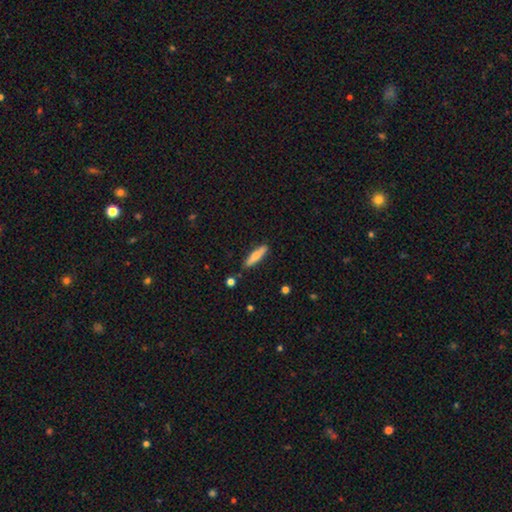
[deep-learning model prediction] Smooth or featured?
  - smooth: 64% *
  - featured or disk: 30%
  - star or artifact: 6%
How rounded?
  - cigar-shaped: 79% *
  - in between: 20%
  - round: 2%
Merging?
  - none: 84% *
  - minor disturbance: 11%
  - merger: 3%
  - major disturbance: 2%